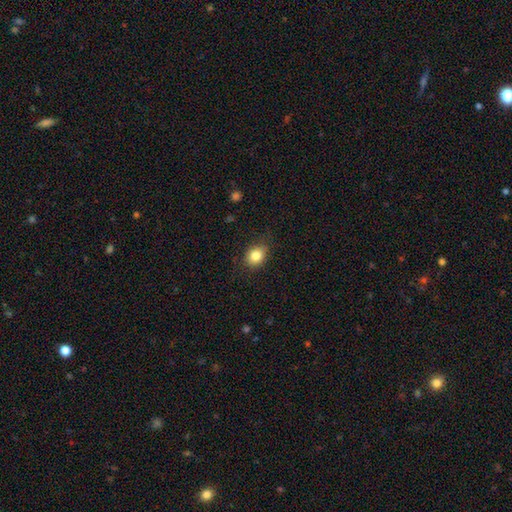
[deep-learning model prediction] Q: Smooth or featured?
A: smooth (84%); runner-up: star or artifact (10%)
Q: How rounded?
A: in between (50%); runner-up: round (49%)
Q: Merging?
A: none (80%); runner-up: minor disturbance (15%)